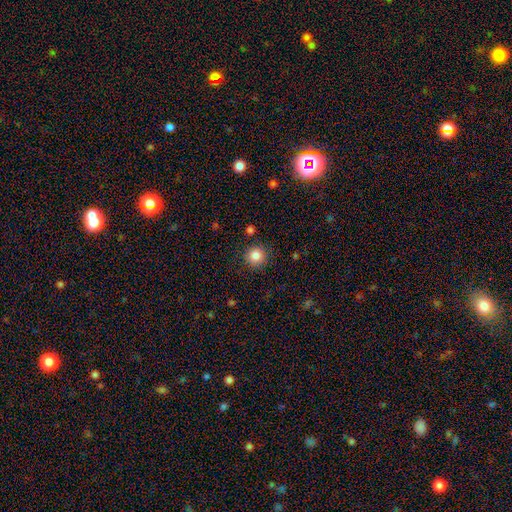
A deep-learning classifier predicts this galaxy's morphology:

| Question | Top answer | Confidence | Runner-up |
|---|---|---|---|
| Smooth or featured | smooth | 84% | star or artifact (11%) |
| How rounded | round | 94% | in between (5%) |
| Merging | none | 89% | minor disturbance (7%) |